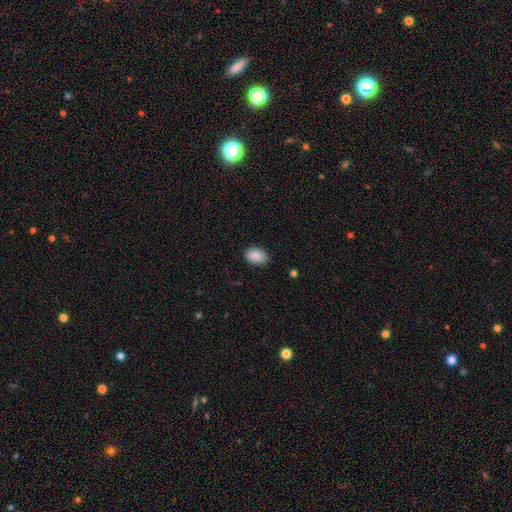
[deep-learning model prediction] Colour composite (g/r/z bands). It shows a smooth galaxy with no disk features (89%) that is in between round and cigar-shaped (84%). Merging: none (86%).